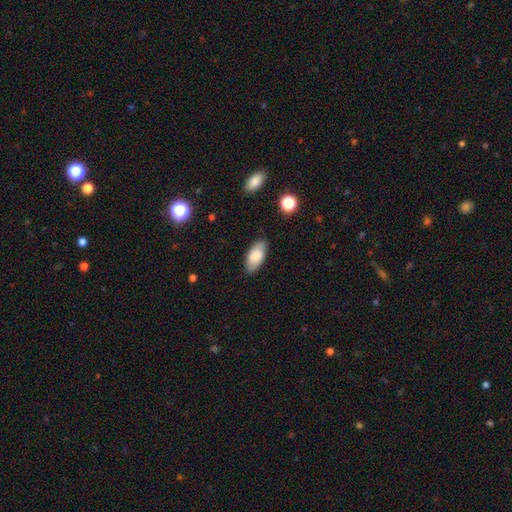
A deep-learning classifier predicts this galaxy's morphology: type=smooth (79%); roundness=in between (91%); merging=none (83%).